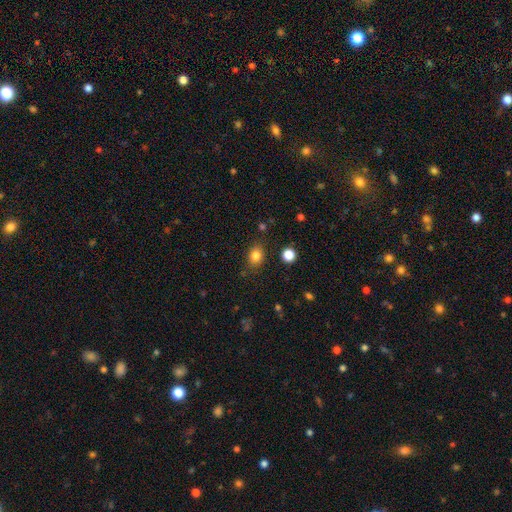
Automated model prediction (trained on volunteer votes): Smooth or featured? Predicted: smooth (p=0.83). How rounded? Predicted: in between (p=0.53). Merging? Predicted: none (p=0.80).